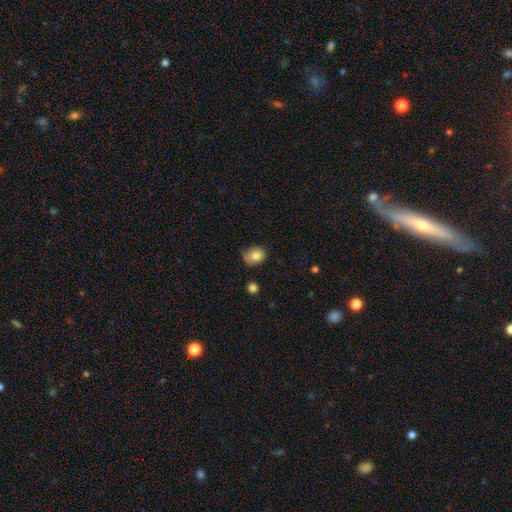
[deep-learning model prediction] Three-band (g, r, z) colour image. It shows a smooth galaxy with no disk features (82%) that is in between round and cigar-shaped (52%). Merging: none (59%).